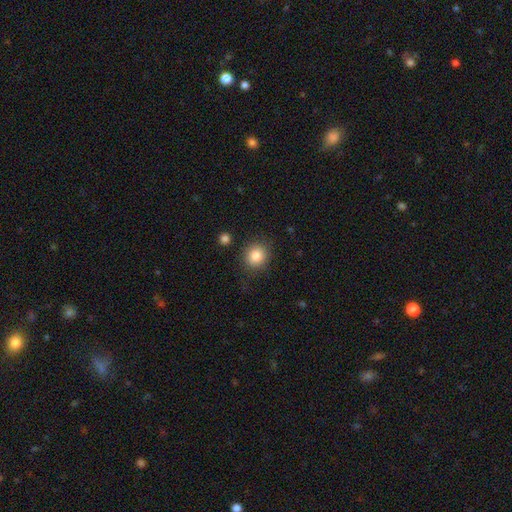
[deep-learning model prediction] smooth_or_featured: smooth (p=0.84) [alt: star or artifact p=0.10]
how_rounded: round (p=0.86) [alt: in between p=0.13]
merging: none (p=0.86) [alt: minor disturbance p=0.09]